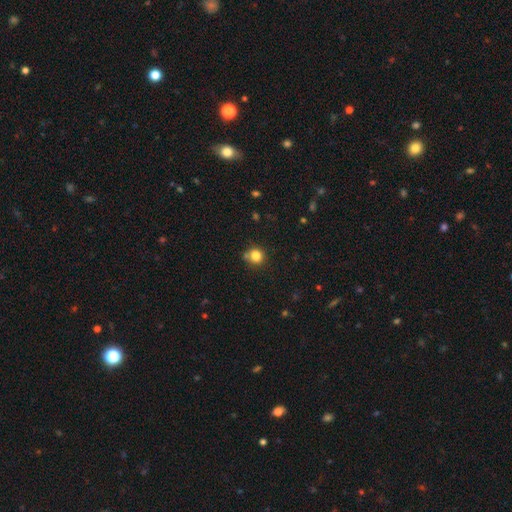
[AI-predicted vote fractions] Smooth or featured?
  - smooth: 82% *
  - star or artifact: 12%
  - featured or disk: 6%
How rounded?
  - round: 89% *
  - in between: 10%
  - cigar-shaped: 1%
Merging?
  - none: 73% *
  - minor disturbance: 15%
  - merger: 8%
  - major disturbance: 4%